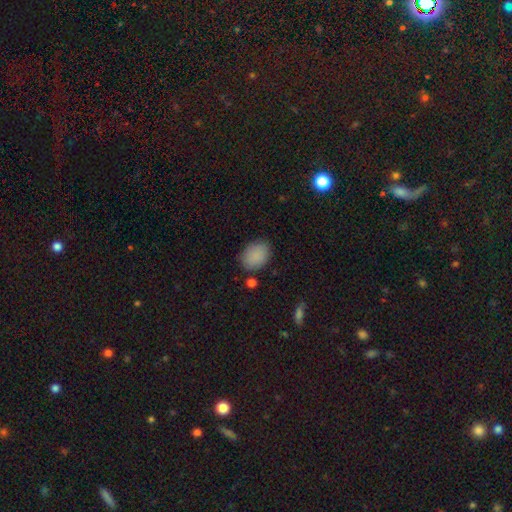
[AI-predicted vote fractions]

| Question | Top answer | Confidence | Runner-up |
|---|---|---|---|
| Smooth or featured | smooth | 88% | star or artifact (8%) |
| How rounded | in between | 71% | round (28%) |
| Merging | none | 80% | minor disturbance (13%) |